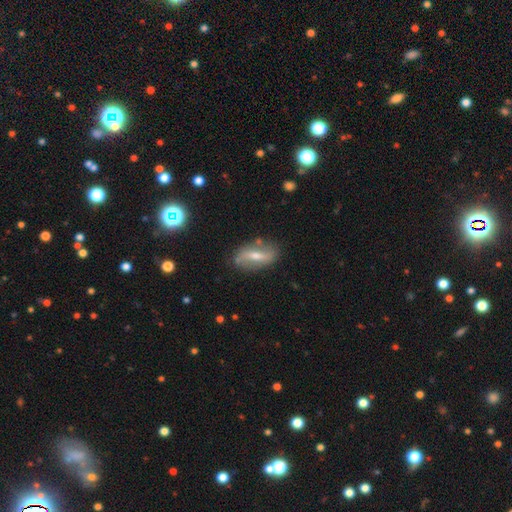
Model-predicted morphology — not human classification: The model was most divided on "smooth or featured": featured or disk: 59%, smooth: 33%, star or artifact: 8%. More confident: edge-on disk — no (80%); merging — none (77%).